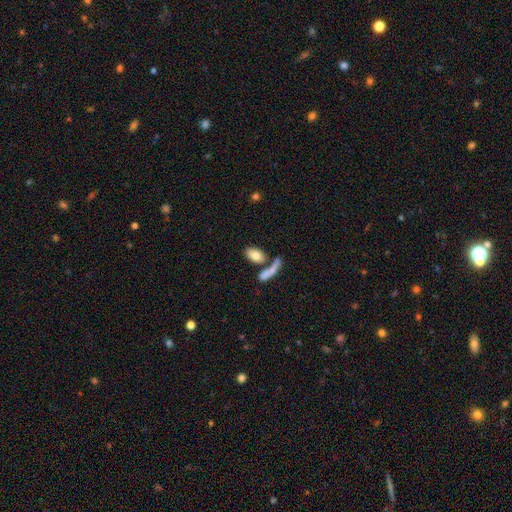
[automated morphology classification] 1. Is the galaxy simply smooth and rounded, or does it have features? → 77% smooth, 16% featured or disk, 7% star or artifact.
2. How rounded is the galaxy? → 89% in between, 6% cigar-shaped, 5% round.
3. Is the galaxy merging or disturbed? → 52% none, 31% merger, 11% minor disturbance, 6% major disturbance.